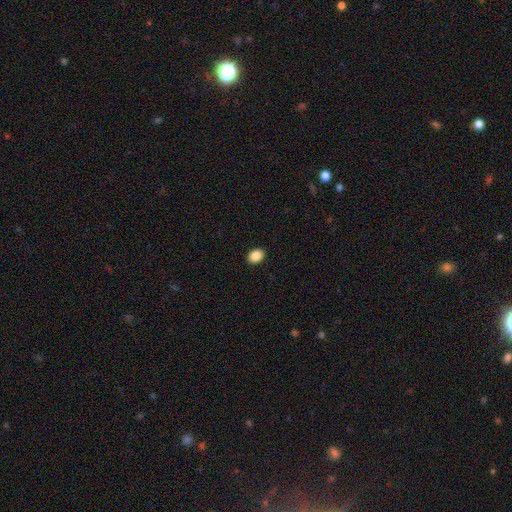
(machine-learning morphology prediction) Smooth or featured?
  - smooth: 89% *
  - star or artifact: 8%
  - featured or disk: 3%
How rounded?
  - in between: 71% *
  - round: 28%
  - cigar-shaped: 1%
Merging?
  - none: 91% *
  - minor disturbance: 6%
  - major disturbance: 2%
  - merger: 1%